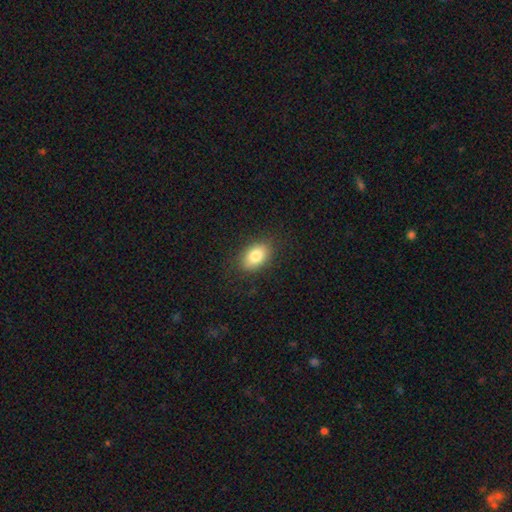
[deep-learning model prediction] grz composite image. It shows a smooth galaxy with no disk features (82%) that is in between round and cigar-shaped (86%). Merging: none (84%).